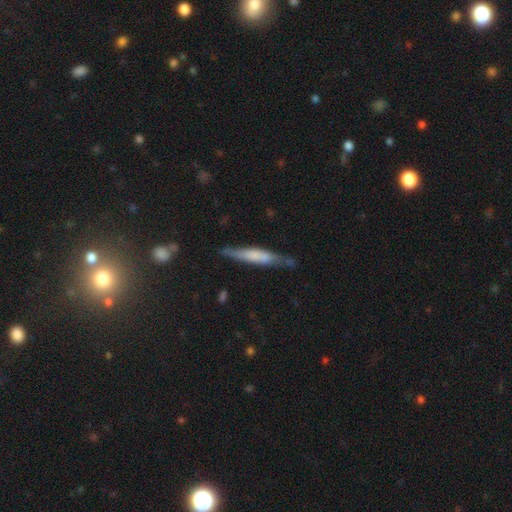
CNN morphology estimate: Smooth or featured? Predicted: smooth (p=0.50). Merging? Predicted: none (p=0.72).